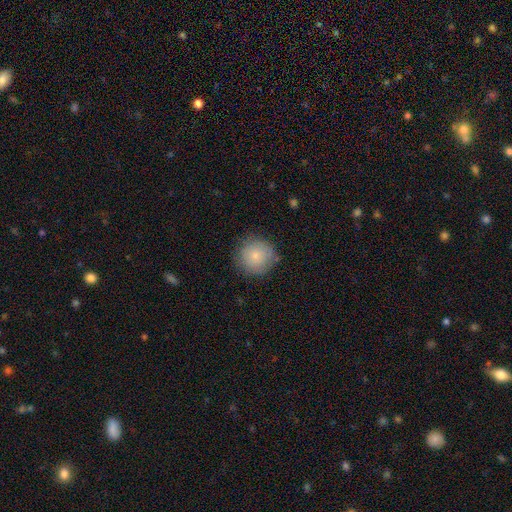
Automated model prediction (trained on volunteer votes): Q: Smooth or featured?
A: smooth (83%); runner-up: featured or disk (9%)
Q: How rounded?
A: round (95%); runner-up: in between (4%)
Q: Merging?
A: none (84%); runner-up: minor disturbance (12%)